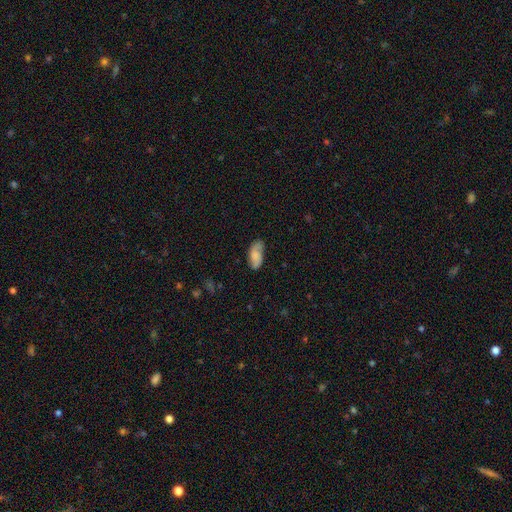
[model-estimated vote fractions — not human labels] Smooth or featured? Predicted: smooth (p=0.54). How rounded? Predicted: in between (p=0.90). Merging? Predicted: none (p=0.66).